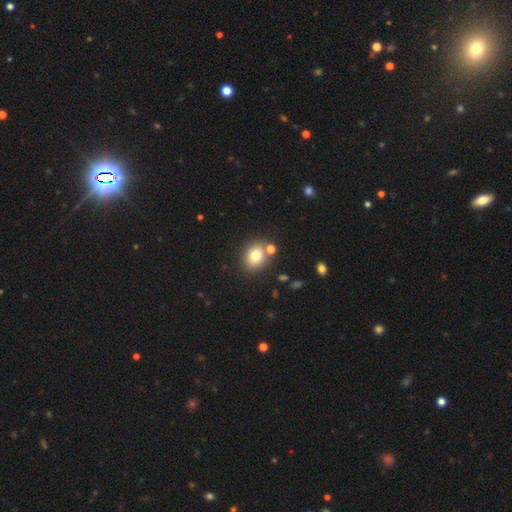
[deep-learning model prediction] Smooth or featured? Predicted: smooth (p=0.77). How rounded? Predicted: round (p=0.61). Merging? Predicted: none (p=0.74).